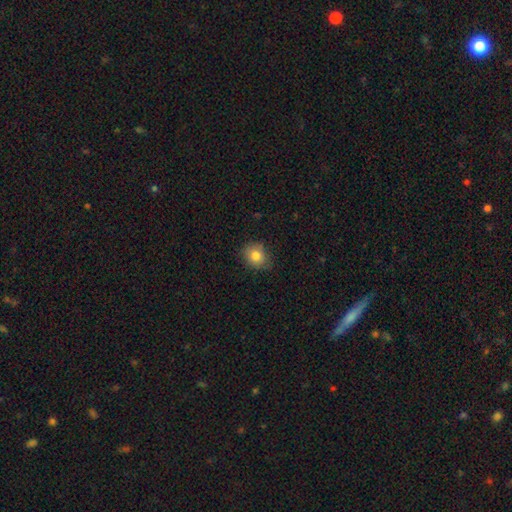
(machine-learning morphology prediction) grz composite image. It shows a smooth galaxy with no disk features (82%) that is round (62%). Merging: none (75%).